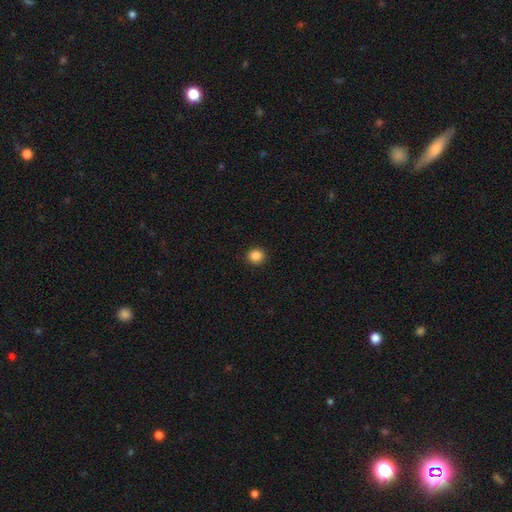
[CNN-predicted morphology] Smooth or featured? Predicted: smooth (p=0.87). How rounded? Predicted: round (p=0.89). Merging? Predicted: none (p=0.92).